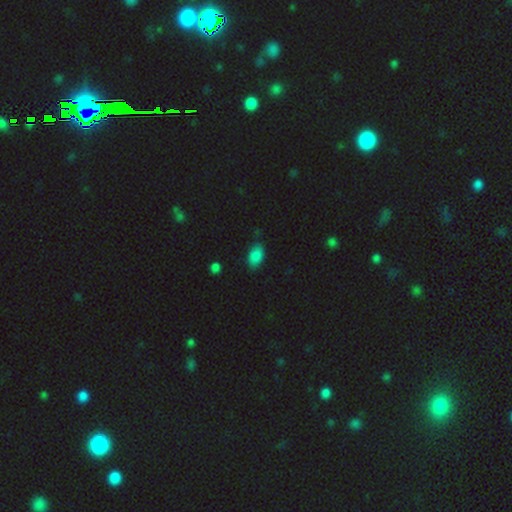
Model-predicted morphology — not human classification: Q: Smooth or featured?
A: smooth (85%); runner-up: star or artifact (10%)
Q: How rounded?
A: in between (91%); runner-up: round (7%)
Q: Merging?
A: none (77%); runner-up: minor disturbance (18%)